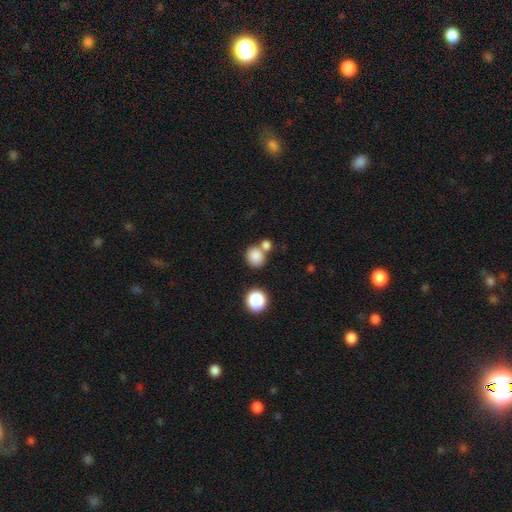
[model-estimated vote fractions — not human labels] This is clearly a smooth galaxy (83%). How rounded: clearly round (82%). Merging: possibly none (57%).